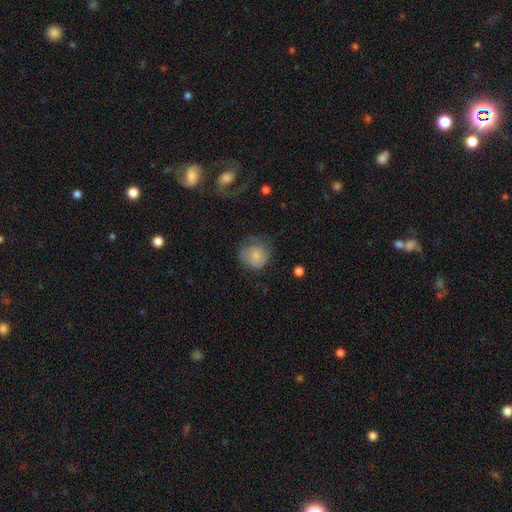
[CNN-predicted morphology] Smooth or featured? Predicted: smooth (p=0.75). How rounded? Predicted: round (p=0.84). Merging? Predicted: none (p=0.54).